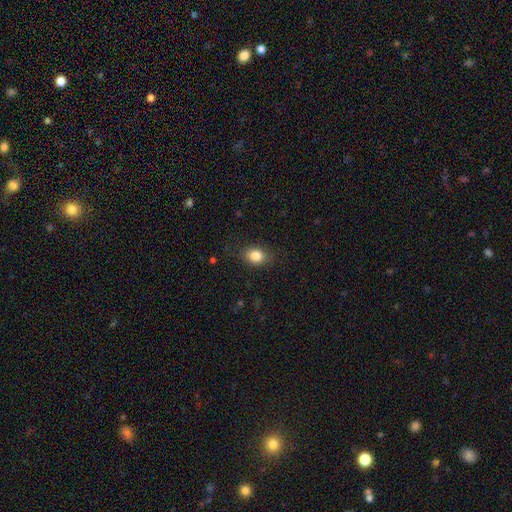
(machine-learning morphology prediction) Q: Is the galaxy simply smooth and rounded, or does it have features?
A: smooth — 84%.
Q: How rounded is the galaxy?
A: in between — 69%.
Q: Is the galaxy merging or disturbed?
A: none — 83%.